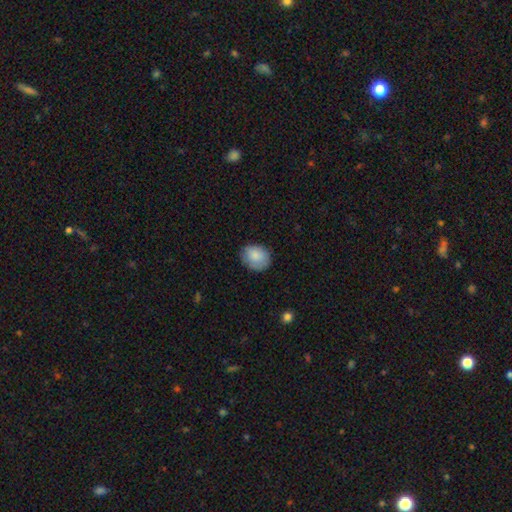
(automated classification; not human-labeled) Smooth or featured?
  - smooth: 85% *
  - featured or disk: 8%
  - star or artifact: 7%
How rounded?
  - round: 52% *
  - in between: 47%
  - cigar-shaped: 1%
Merging?
  - none: 76% *
  - minor disturbance: 19%
  - major disturbance: 4%
  - merger: 1%